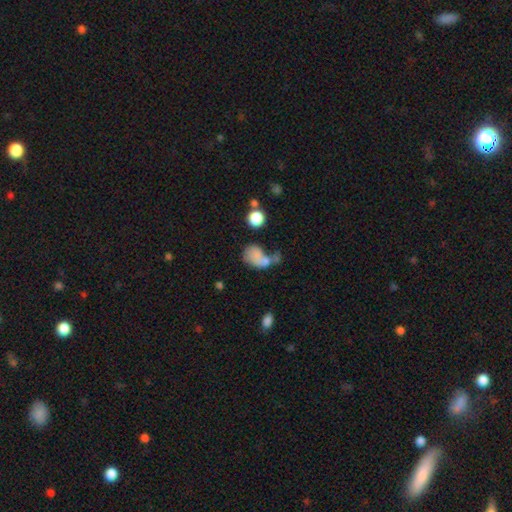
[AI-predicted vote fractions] Q: Smooth or featured?
A: smooth (71%); runner-up: featured or disk (18%)
Q: How rounded?
A: in between (70%); runner-up: round (28%)
Q: Merging?
A: merger (43%); runner-up: major disturbance (22%)